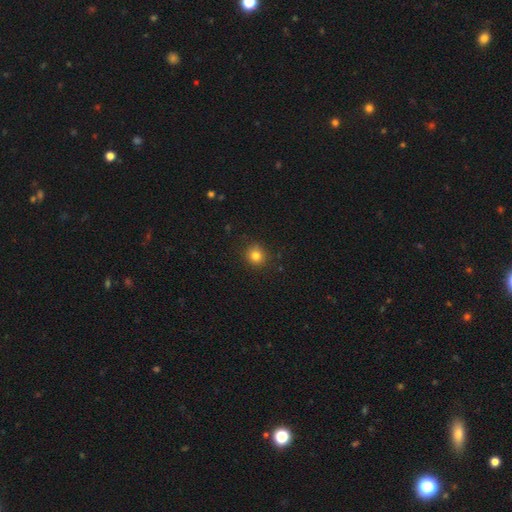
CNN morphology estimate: A smooth galaxy with no disk features (82%) that is round (90%).

Vote fractions:
- Smooth or featured? smooth: 82% / star or artifact: 12% / featured or disk: 6%
- How rounded? round: 90% / in between: 9% / cigar-shaped: 1%
- Merging? none: 89% / minor disturbance: 8% / major disturbance: 2% / merger: 1%